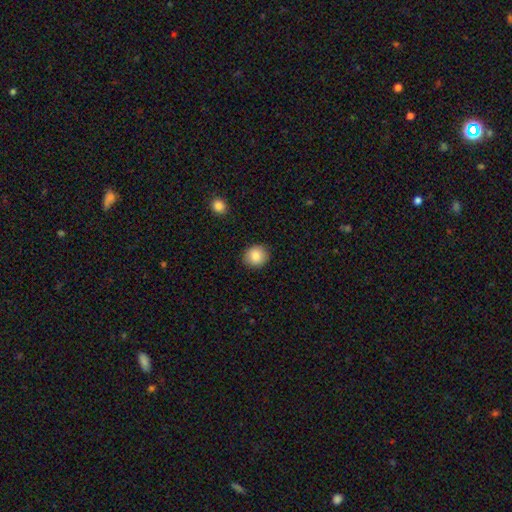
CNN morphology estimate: smooth_or_featured: smooth (p=0.86) [alt: star or artifact p=0.08]
how_rounded: round (p=0.82) [alt: in between p=0.17]
merging: none (p=0.88) [alt: minor disturbance p=0.08]